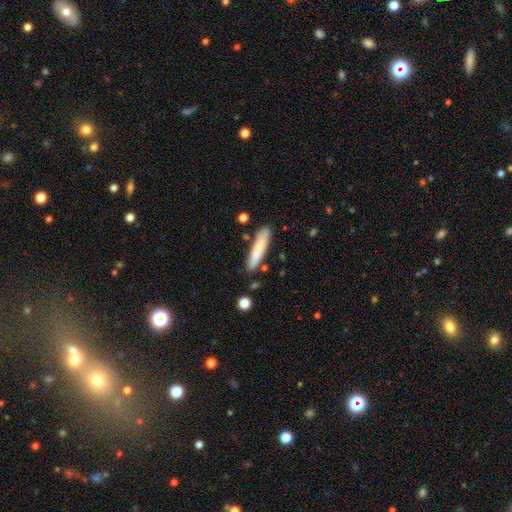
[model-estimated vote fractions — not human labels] The model was most divided on "smooth or featured": smooth: 78%, featured or disk: 16%, star or artifact: 6%. More confident: how rounded — cigar-shaped (85%); merging — none (81%).